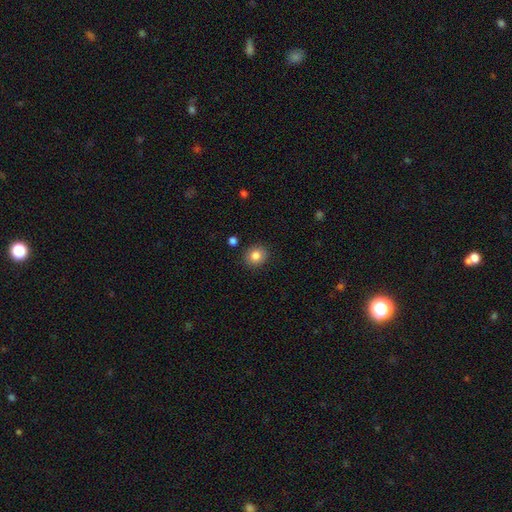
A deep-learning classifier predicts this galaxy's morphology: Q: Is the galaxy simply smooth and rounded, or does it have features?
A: smooth — 84%.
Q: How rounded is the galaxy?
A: round — 79%.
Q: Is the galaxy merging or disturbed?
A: none — 88%.